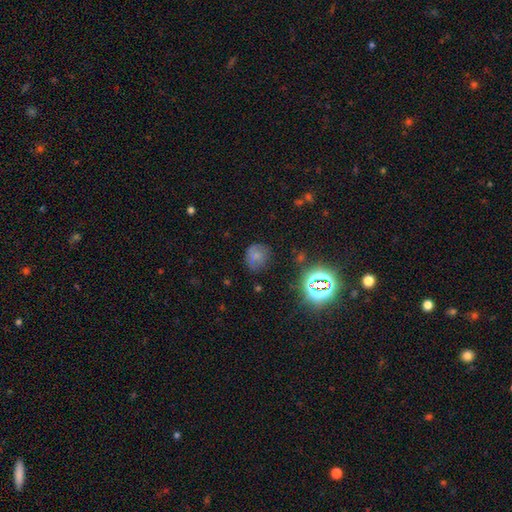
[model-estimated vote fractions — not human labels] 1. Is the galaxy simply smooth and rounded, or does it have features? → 61% smooth, 23% star or artifact, 16% featured or disk.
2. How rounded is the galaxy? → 76% round, 23% in between, 1% cigar-shaped.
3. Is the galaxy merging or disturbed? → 66% none, 22% minor disturbance, 9% major disturbance, 3% merger.